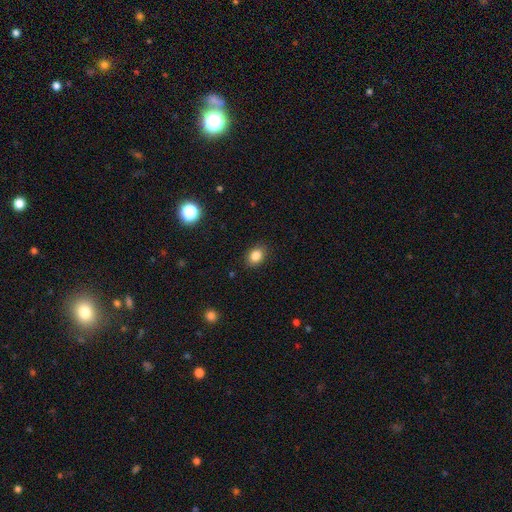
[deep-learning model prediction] Smooth or featured: smooth — 85% (star or artifact — 10%)
How rounded: in between — 65% (round — 34%)
Merging: none — 87% (minor disturbance — 9%)